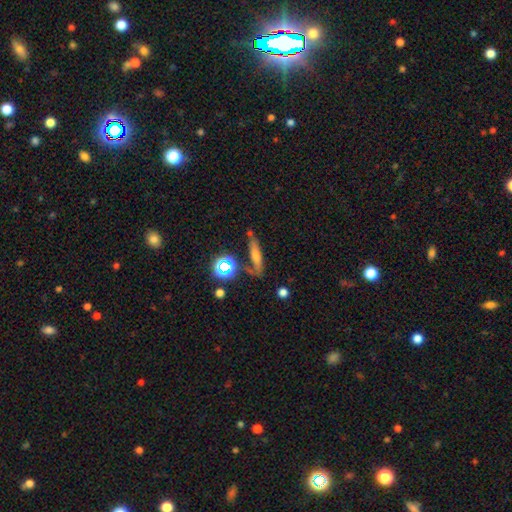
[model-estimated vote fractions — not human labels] smooth-or-featured: smooth: 45% | featured or disk: 35% | star or artifact: 20%
  merging: none: 70% | minor disturbance: 16% | merger: 9% | major disturbance: 6%